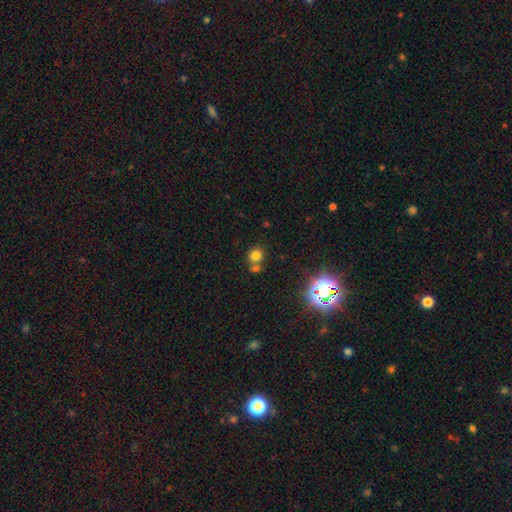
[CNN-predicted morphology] This is likely a smooth galaxy (73%). How rounded: clearly round (84%). Merging: possibly none (59%).